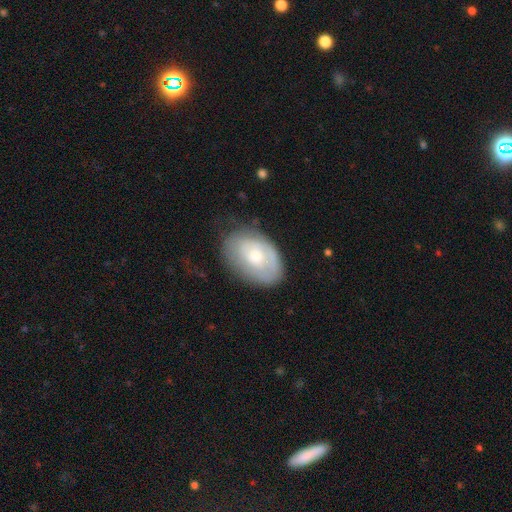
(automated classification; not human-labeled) smooth-or-featured: smooth: 51% | featured or disk: 43% | star or artifact: 6%
  how-rounded: in between: 86% | round: 13% | cigar-shaped: 1%
  merging: none: 67% | minor disturbance: 24% | major disturbance: 8% | merger: 1%